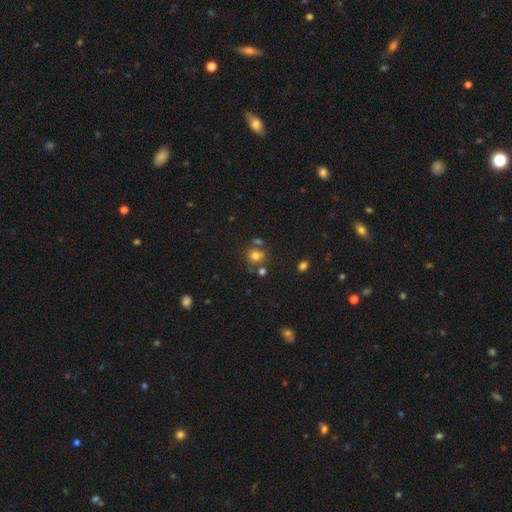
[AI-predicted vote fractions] The model was most divided on "merging": none: 59%, merger: 21%, minor disturbance: 14%, major disturbance: 6%. More confident: smooth or featured — smooth (73%); how rounded — round (70%).